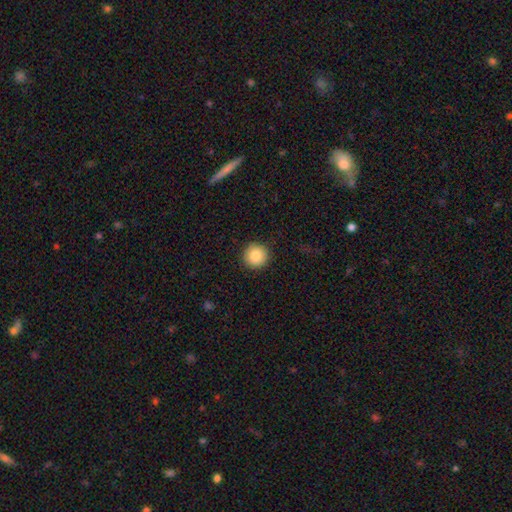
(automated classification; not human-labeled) smooth-or-featured: smooth: 87% | star or artifact: 8% | featured or disk: 5%
  how-rounded: round: 95% | in between: 4% | cigar-shaped: 1%
  merging: none: 91% | minor disturbance: 6% | major disturbance: 2% | merger: 1%